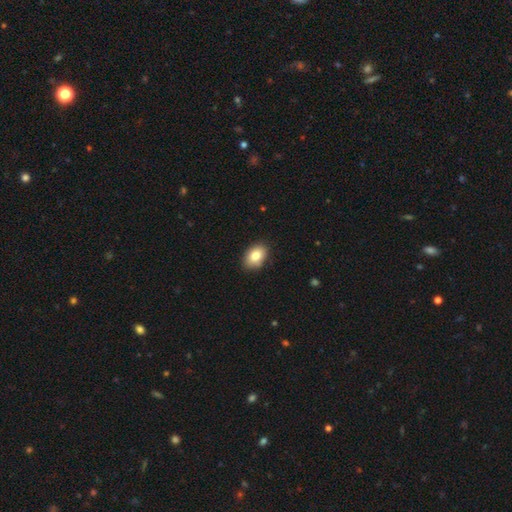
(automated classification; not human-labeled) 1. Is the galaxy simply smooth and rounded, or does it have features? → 83% smooth, 10% featured or disk, 8% star or artifact.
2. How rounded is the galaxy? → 85% in between, 14% round, 1% cigar-shaped.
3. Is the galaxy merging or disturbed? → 85% none, 12% minor disturbance, 2% major disturbance, 1% merger.